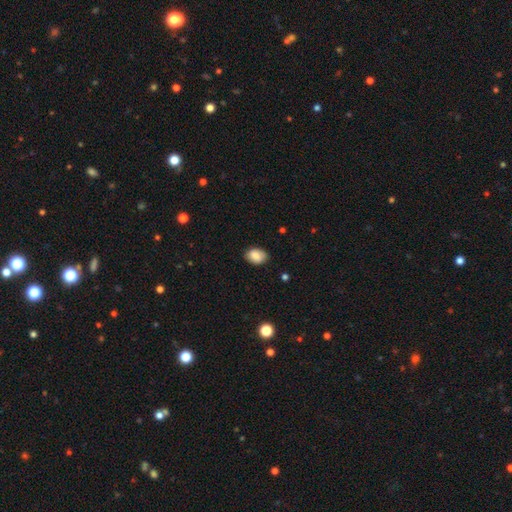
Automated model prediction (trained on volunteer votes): This appears to be a smooth galaxy with no disk features (86%) that is in between round and cigar-shaped (80%). Merging: none (83%).